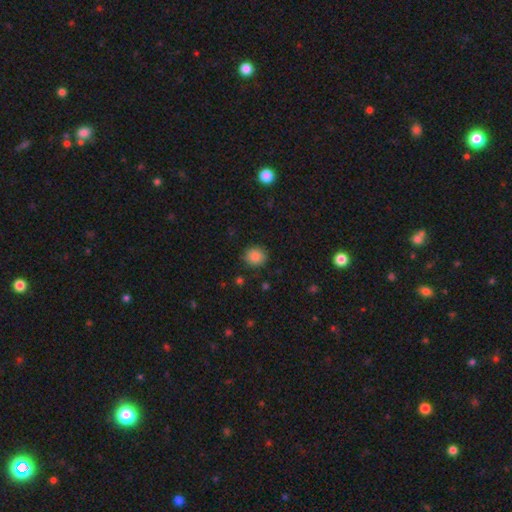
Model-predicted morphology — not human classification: Smooth or featured?
  - smooth: 85% *
  - star or artifact: 10%
  - featured or disk: 5%
How rounded?
  - round: 87% *
  - in between: 12%
  - cigar-shaped: 1%
Merging?
  - none: 87% *
  - minor disturbance: 10%
  - major disturbance: 2%
  - merger: 1%